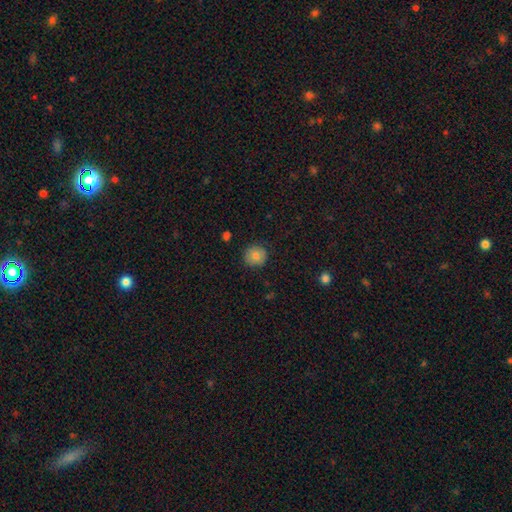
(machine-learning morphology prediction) This is clearly a smooth galaxy (81%). How rounded: clearly round (92%). Merging: clearly none (86%).